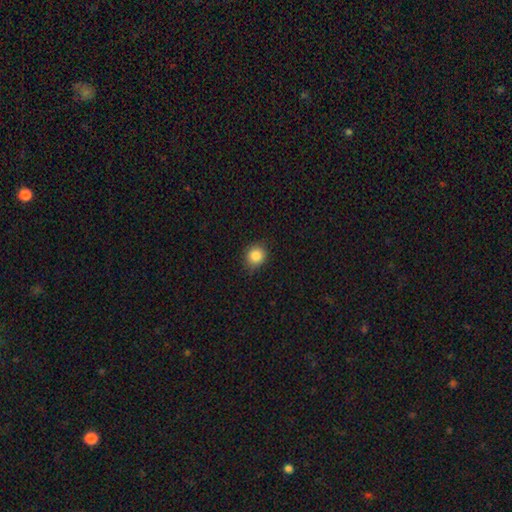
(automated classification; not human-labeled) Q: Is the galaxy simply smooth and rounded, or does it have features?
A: smooth — 85%.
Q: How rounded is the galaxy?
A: round — 81%.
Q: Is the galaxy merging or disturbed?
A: none — 85%.